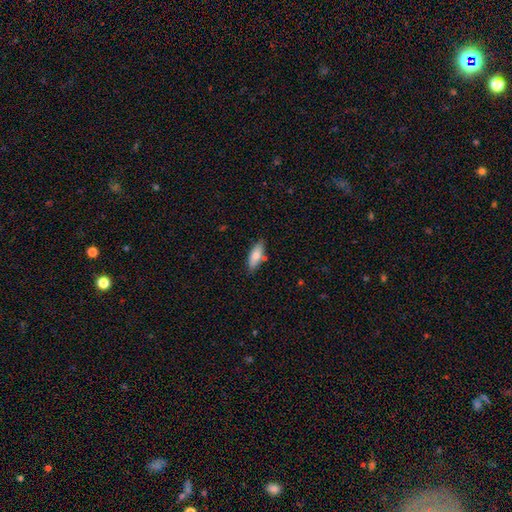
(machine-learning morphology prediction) smooth_or_featured: smooth (p=0.77) [alt: featured or disk p=0.17]
how_rounded: in between (p=0.68) [alt: cigar-shaped p=0.29]
merging: none (p=0.78) [alt: minor disturbance p=0.14]